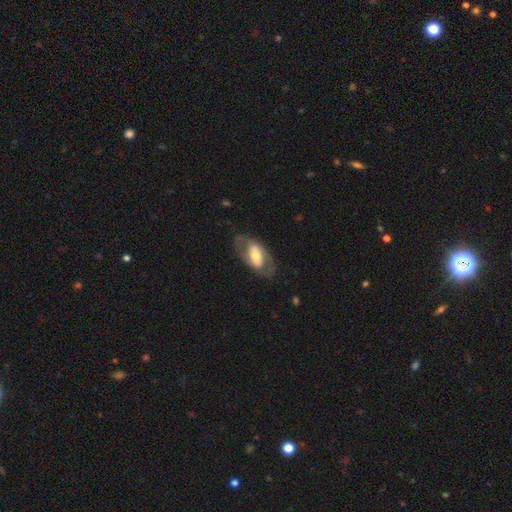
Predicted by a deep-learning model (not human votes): A featured or disk galaxy (58%) with no bar (41%), no spiral arms (62%) and a moderate central bulge (58%).

Vote fractions:
- Smooth or featured? featured or disk: 58% / smooth: 37% / star or artifact: 5%
- Edge-on disk? no: 90% / yes: 10%
- Bar? no: 41% / strong: 30% / weak: 29%
- Spiral arms? no: 62% / yes: 38%
- Bulge size? moderate: 58% / small: 21% / large: 17% / dominant: 2% / none: 1%
- Merging? none: 71% / minor disturbance: 16% / major disturbance: 12% / merger: 1%